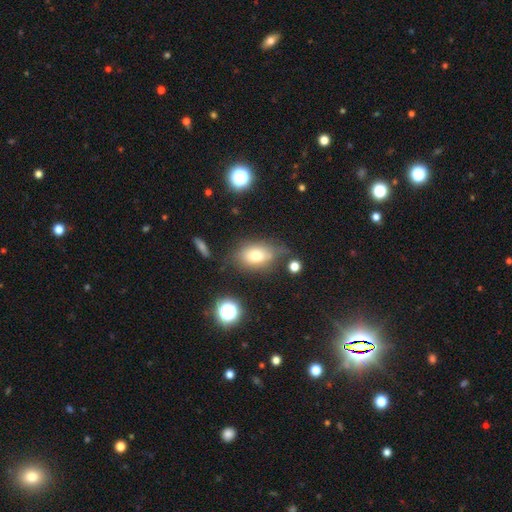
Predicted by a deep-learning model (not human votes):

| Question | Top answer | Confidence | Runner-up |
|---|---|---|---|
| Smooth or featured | smooth | 72% | featured or disk (16%) |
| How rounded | in between | 81% | round (16%) |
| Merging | none | 60% | minor disturbance (25%) |